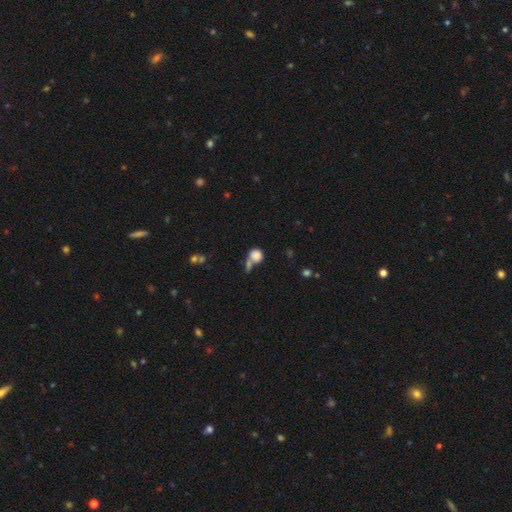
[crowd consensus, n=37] smooth 86%, featured or disk 8%, star or artifact 5%. Down the decision tree: how rounded — round (91%); merging — merger (46%).